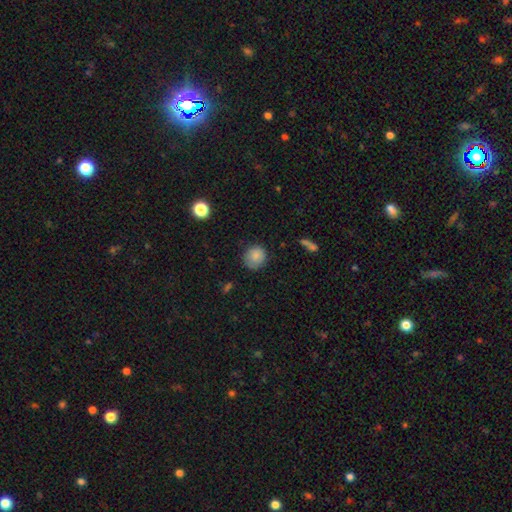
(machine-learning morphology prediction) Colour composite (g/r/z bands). It shows a smooth galaxy with no disk features (84%) that is round (84%). Merging: none (77%).